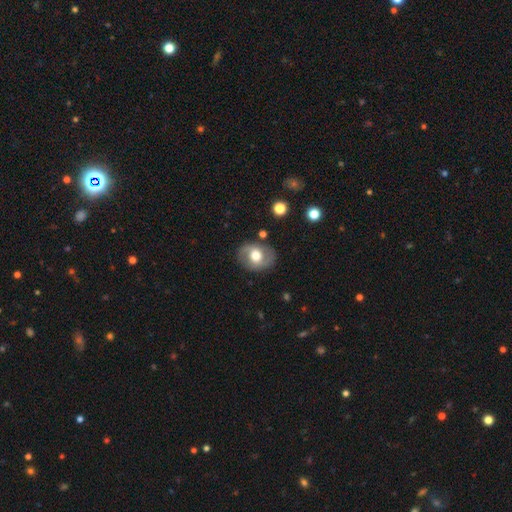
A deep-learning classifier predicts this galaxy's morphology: type=featured or disk (51%); edge-on=no (95%); merging=none (81%).